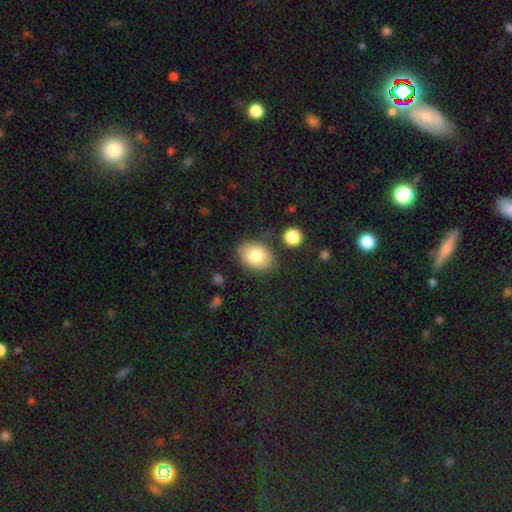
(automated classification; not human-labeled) This appears to be a smooth galaxy with no disk features (79%) that is in between round and cigar-shaped (72%). Merging: none (80%).